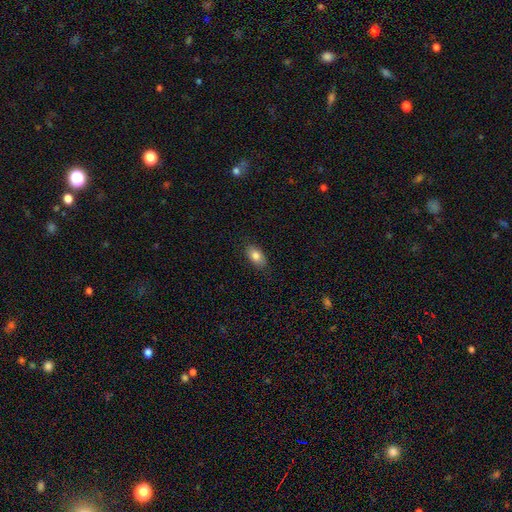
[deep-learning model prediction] Overall: smooth (82%). How rounded: in between (91%). Merging: none (86%).